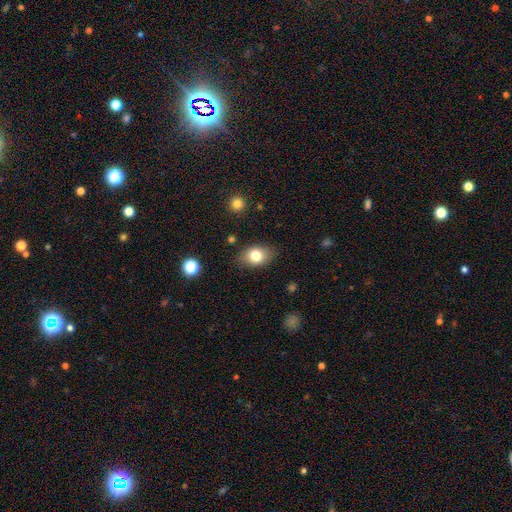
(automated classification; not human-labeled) The model was most divided on "how rounded": in between: 77%, round: 22%, cigar-shaped: 1%. More confident: merging — none (81%); smooth or featured — smooth (79%).